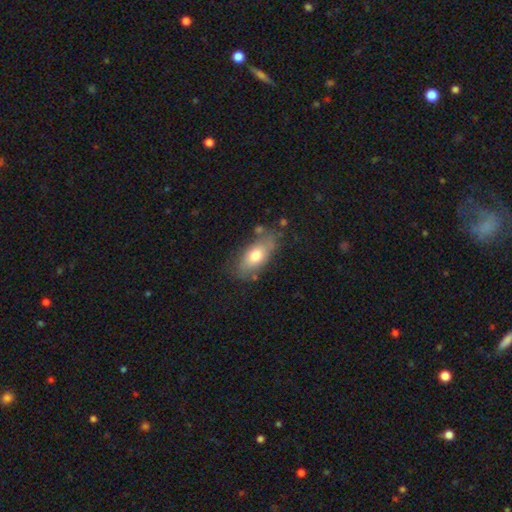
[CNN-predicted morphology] Smooth or featured: smooth — 71% (featured or disk — 22%)
How rounded: in between — 86% (cigar-shaped — 9%)
Merging: none — 68% (minor disturbance — 20%)